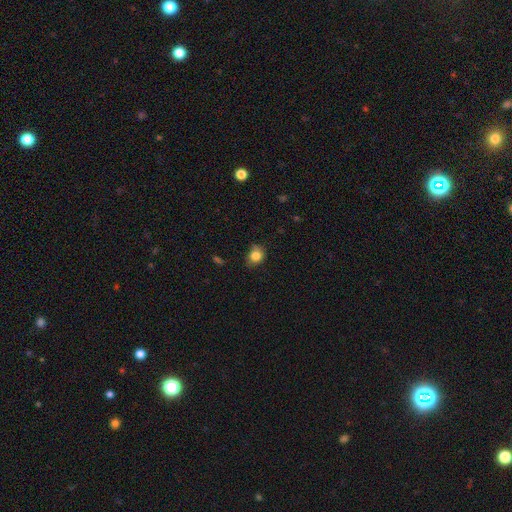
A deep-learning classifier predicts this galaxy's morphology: smooth-or-featured: smooth: 82% | star or artifact: 10% | featured or disk: 8%
  how-rounded: round: 59% | in between: 40% | cigar-shaped: 1%
  merging: none: 64% | minor disturbance: 28% | major disturbance: 6% | merger: 2%